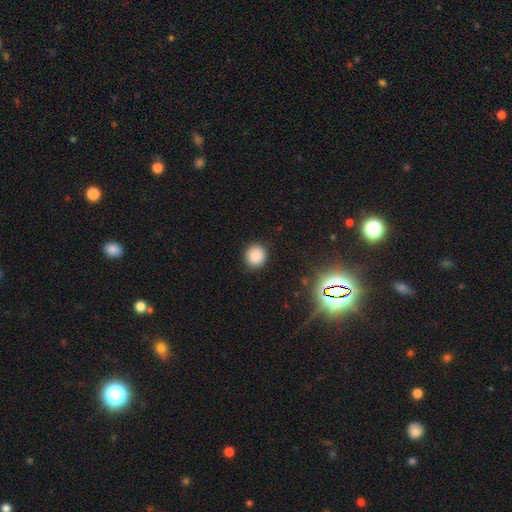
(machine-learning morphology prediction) Overall: smooth (85%). How rounded: round (90%). Merging: none (90%).